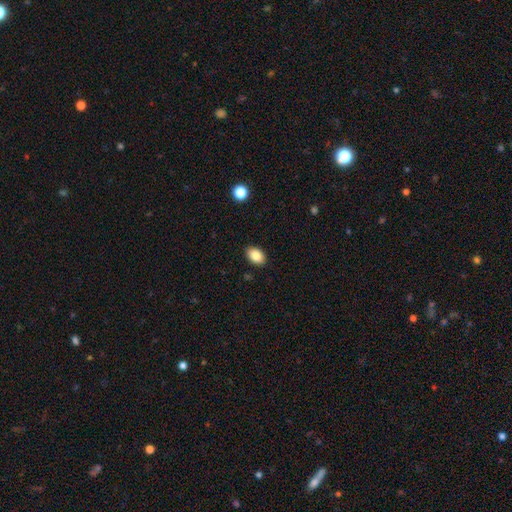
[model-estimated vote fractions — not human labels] Smooth or featured: smooth — 86% (star or artifact — 9%)
How rounded: in between — 82% (round — 17%)
Merging: none — 89% (minor disturbance — 8%)